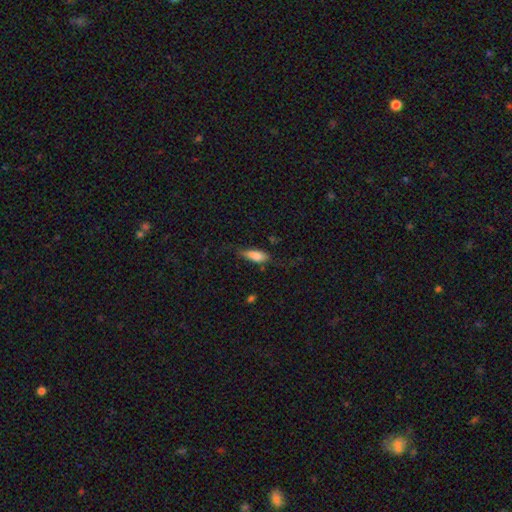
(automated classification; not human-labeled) Smooth or featured? Predicted: smooth (p=0.80). How rounded? Predicted: in between (p=0.69). Merging? Predicted: none (p=0.58).